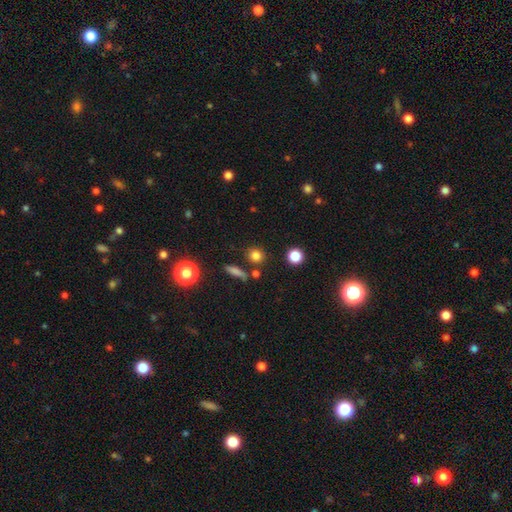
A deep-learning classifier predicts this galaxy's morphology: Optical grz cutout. It shows a smooth galaxy with no disk features (80%) that is round (85%). Merging: none (81%).